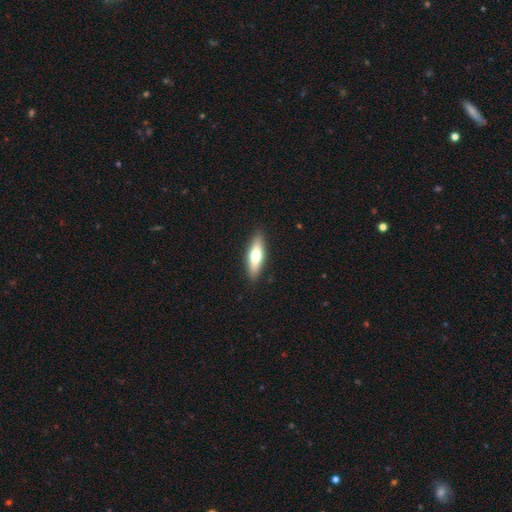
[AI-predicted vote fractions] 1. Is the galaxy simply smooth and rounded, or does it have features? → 56% smooth, 38% featured or disk, 6% star or artifact.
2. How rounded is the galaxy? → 53% cigar-shaped, 44% in between, 2% round.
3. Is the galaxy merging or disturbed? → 89% none, 8% minor disturbance, 2% major disturbance, 1% merger.